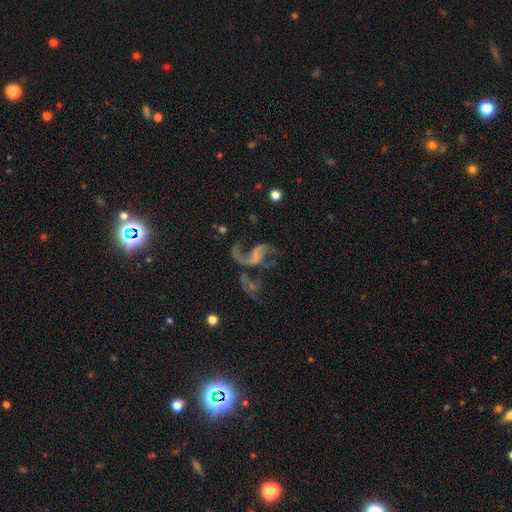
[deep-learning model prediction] smooth_or_featured: featured or disk (p=0.72) [alt: star or artifact p=0.17]
disk_edge_on: no (p=0.97) [alt: yes p=0.03]
bar: no (p=0.48) [alt: weak p=0.35]
has_spiral_arms: yes (p=0.85) [alt: no p=0.15]
spiral_winding: loose (p=0.70) [alt: medium p=0.25]
spiral_arm_count: 2 (p=0.67) [alt: 1 p=0.24]
bulge_size: none (p=0.47) [alt: small p=0.33]
merging: none (p=0.33) [alt: major disturbance p=0.30]